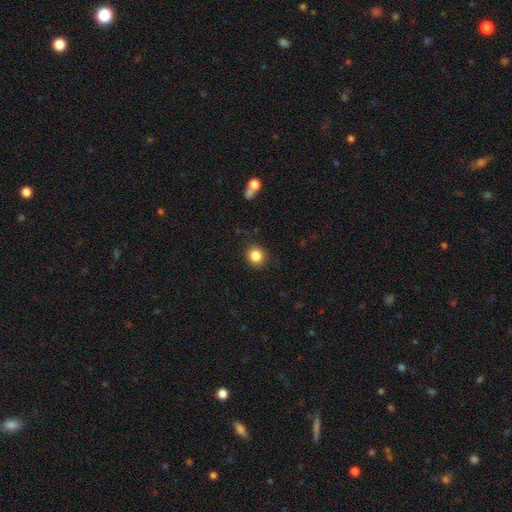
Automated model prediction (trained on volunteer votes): The model was most divided on "smooth or featured": smooth: 85%, star or artifact: 10%, featured or disk: 5%. More confident: merging — none (89%); how rounded — round (88%).